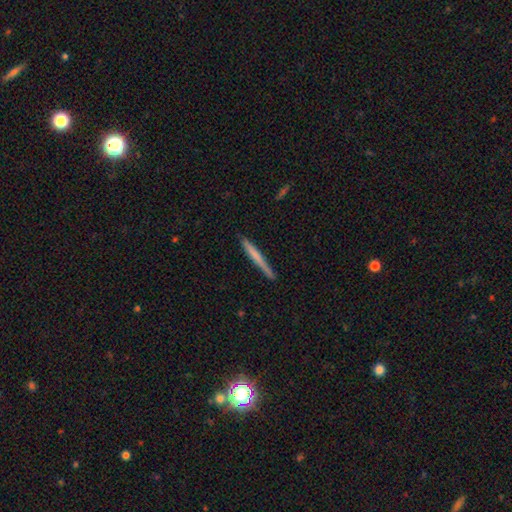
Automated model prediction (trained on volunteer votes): The model was most divided on "smooth or featured": smooth: 61%, featured or disk: 33%, star or artifact: 5%. More confident: how rounded — cigar-shaped (97%); merging — none (88%).